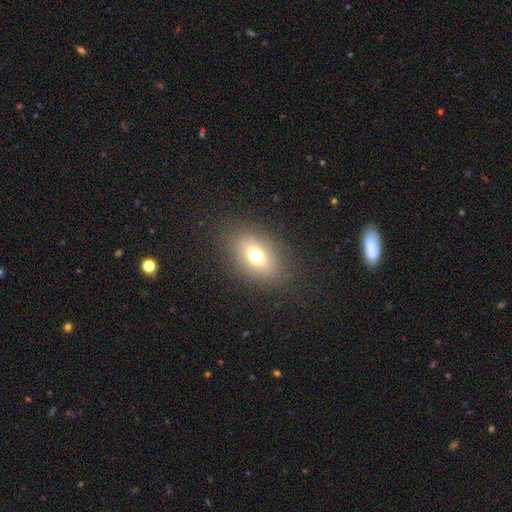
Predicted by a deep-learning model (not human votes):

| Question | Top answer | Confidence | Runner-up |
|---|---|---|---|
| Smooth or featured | smooth | 70% | featured or disk (16%) |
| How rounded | in between | 76% | round (22%) |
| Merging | none | 85% | minor disturbance (9%) |